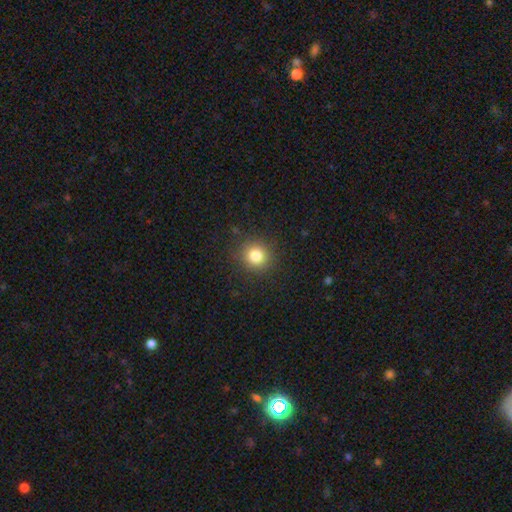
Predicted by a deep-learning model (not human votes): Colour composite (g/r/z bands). It shows a smooth galaxy with no disk features (82%) that is round (89%). Merging: none (89%).